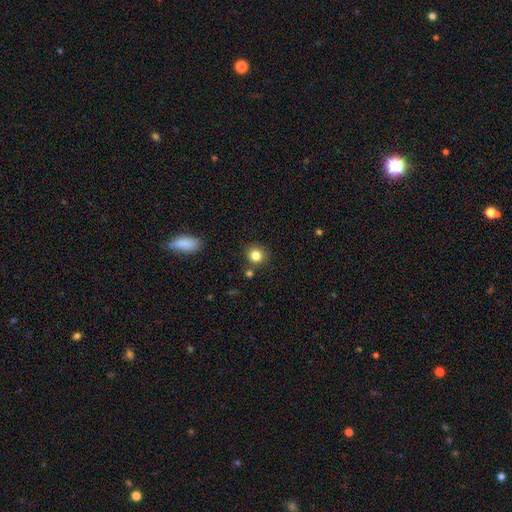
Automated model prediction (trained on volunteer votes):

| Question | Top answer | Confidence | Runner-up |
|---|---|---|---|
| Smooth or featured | smooth | 83% | star or artifact (11%) |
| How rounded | round | 88% | in between (12%) |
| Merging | none | 82% | minor disturbance (9%) |